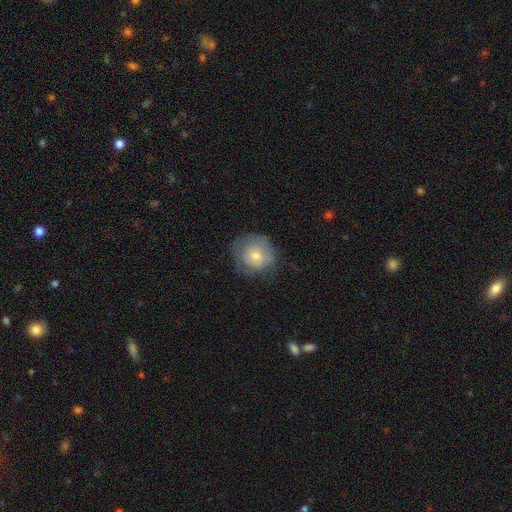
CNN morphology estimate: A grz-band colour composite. It shows a smooth galaxy with no disk features (68%) that is round (88%). Merging: none (63%).